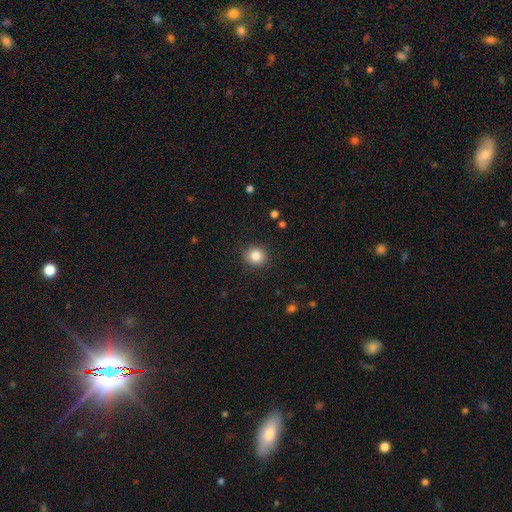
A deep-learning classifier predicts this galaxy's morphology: smooth-or-featured: smooth: 84% | star or artifact: 10% | featured or disk: 6%
  how-rounded: round: 85% | in between: 14% | cigar-shaped: 1%
  merging: none: 90% | minor disturbance: 7% | major disturbance: 2% | merger: 1%